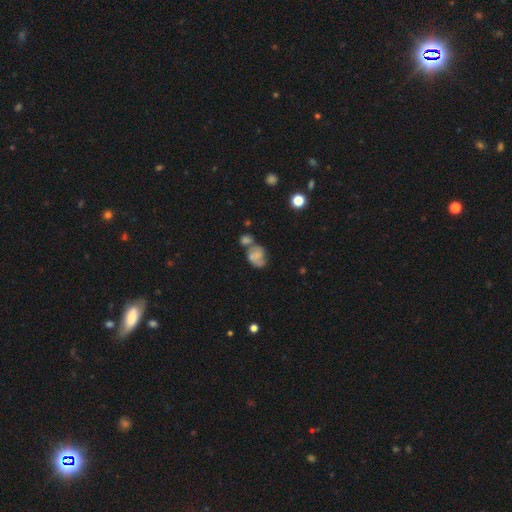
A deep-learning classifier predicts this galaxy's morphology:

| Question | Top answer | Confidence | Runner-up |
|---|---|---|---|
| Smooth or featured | smooth | 50% | featured or disk (38%) |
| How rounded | in between | 63% | round (36%) |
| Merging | merger | 44% | none (26%) |